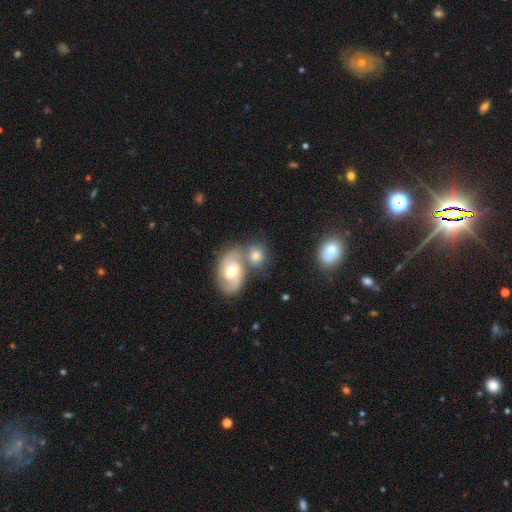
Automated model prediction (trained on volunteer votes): Smooth or featured?
  - smooth: 60% *
  - featured or disk: 31%
  - star or artifact: 10%
How rounded?
  - round: 56% *
  - in between: 43%
  - cigar-shaped: 2%
Merging?
  - none: 44% *
  - merger: 40%
  - minor disturbance: 12%
  - major disturbance: 5%